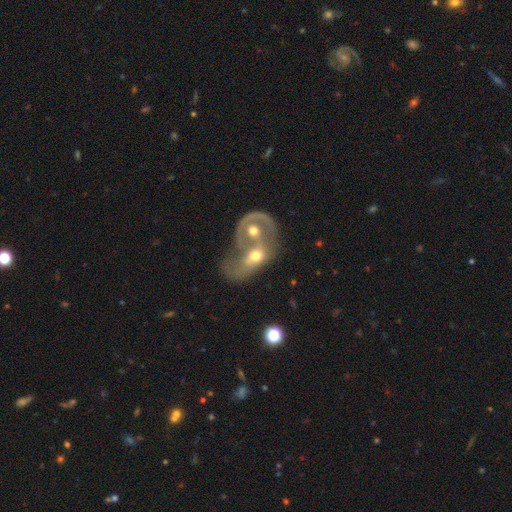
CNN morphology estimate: Smooth or featured? featured or disk (57%)
Edge-on disk? no (95%)
Bar? no (79%)
Spiral arms? no (56%)
Bulge size? moderate (71%)
Merging? merger (82%)